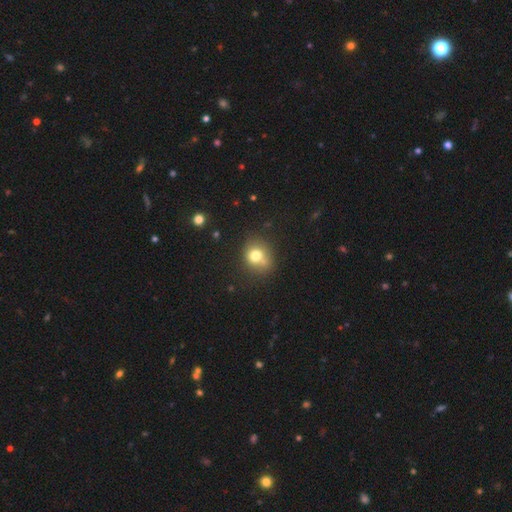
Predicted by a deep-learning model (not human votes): smooth 73%, featured or disk 14%, star or artifact 13%. Down the decision tree: how rounded — round (72%); merging — none (57%).